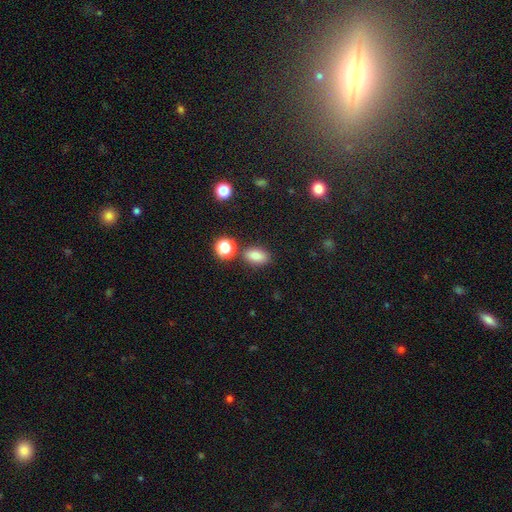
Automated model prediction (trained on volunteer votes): Morphology: type=smooth (82%); roundness=in between (84%); merging=none (80%).